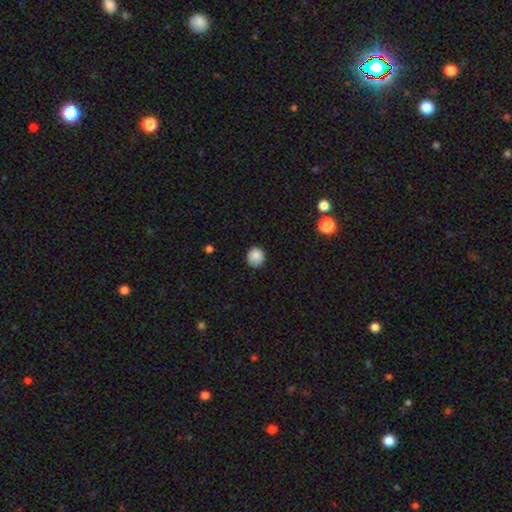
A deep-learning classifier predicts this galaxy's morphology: smooth 86%, star or artifact 9%, featured or disk 4%. Down the decision tree: how rounded — round (89%); merging — none (84%).